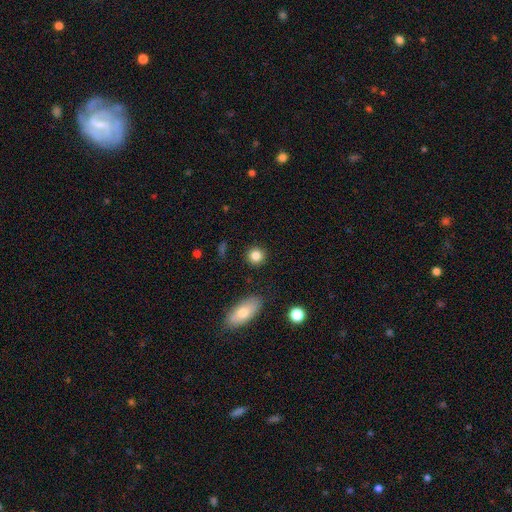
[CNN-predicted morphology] Smooth or featured?
  - smooth: 85% *
  - star or artifact: 9%
  - featured or disk: 6%
How rounded?
  - round: 90% *
  - in between: 8%
  - cigar-shaped: 1%
Merging?
  - none: 90% *
  - minor disturbance: 6%
  - major disturbance: 2%
  - merger: 2%